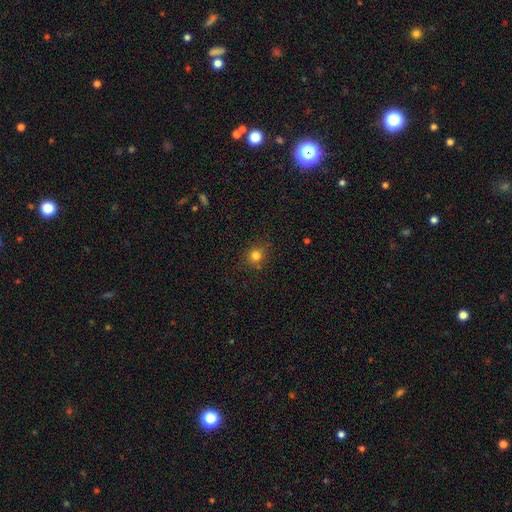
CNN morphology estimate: This is likely a smooth galaxy (80%). How rounded: clearly round (85%). Merging: clearly none (83%).